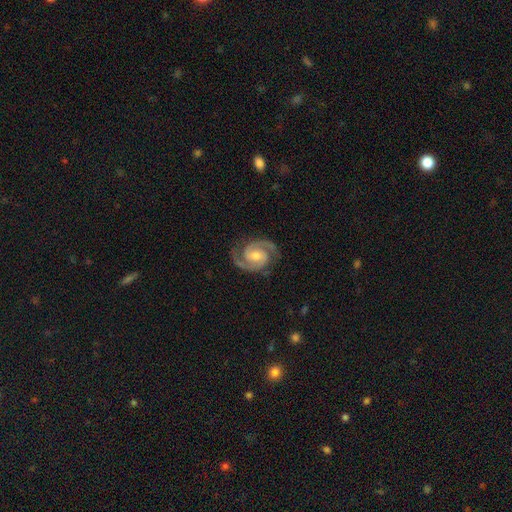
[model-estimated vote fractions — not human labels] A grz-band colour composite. It shows a featured or disk galaxy (93%) with no bar (44%), 2 (94%) medium (49%) spiral arms (99%) and a moderate central bulge (58%). Merging: none (84%).